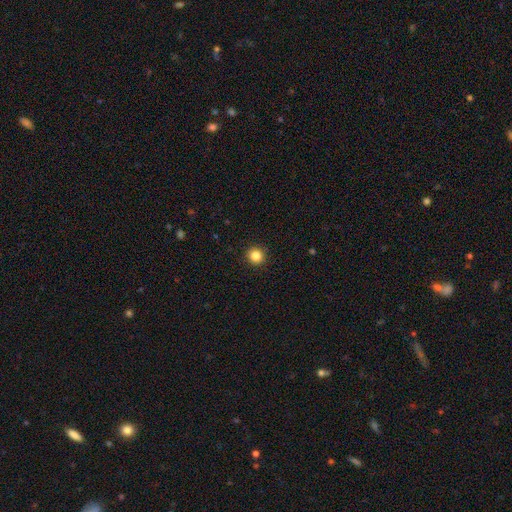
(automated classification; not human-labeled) Q: Smooth or featured?
A: smooth (85%); runner-up: star or artifact (11%)
Q: How rounded?
A: round (95%); runner-up: in between (5%)
Q: Merging?
A: none (93%); runner-up: minor disturbance (5%)